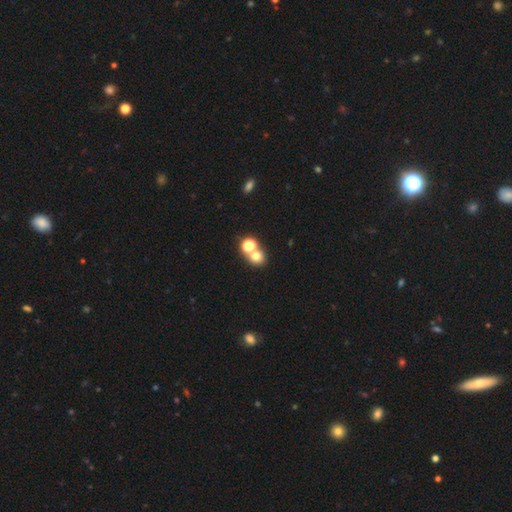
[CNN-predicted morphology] Q: Smooth or featured?
A: smooth (70%); runner-up: star or artifact (17%)
Q: How rounded?
A: round (77%); runner-up: in between (22%)
Q: Merging?
A: merger (47%); runner-up: none (44%)